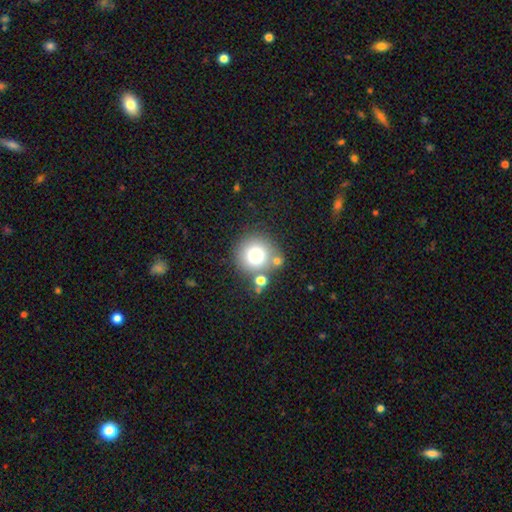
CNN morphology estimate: smooth 77%, star or artifact 12%, featured or disk 11%. Down the decision tree: how rounded — round (92%); merging — none (70%).